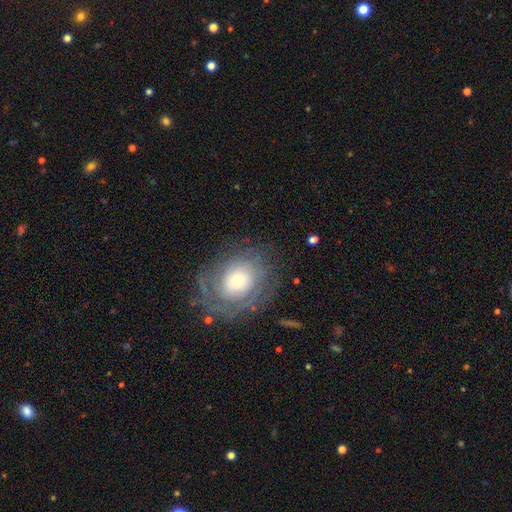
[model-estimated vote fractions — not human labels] The model was most divided on "smooth or featured": featured or disk: 48%, smooth: 38%, star or artifact: 14%. More confident: merging — none (75%).